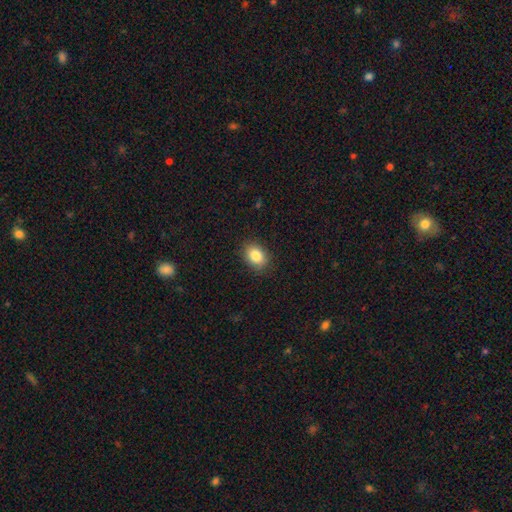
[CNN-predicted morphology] Smooth or featured: smooth — 85% (star or artifact — 9%)
How rounded: in between — 69% (round — 30%)
Merging: none — 88% (minor disturbance — 9%)